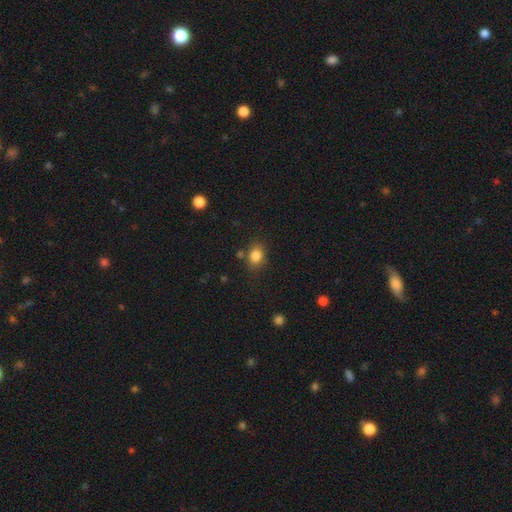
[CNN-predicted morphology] A smooth galaxy with no disk features (83%) that is in between round and cigar-shaped (58%).

Vote fractions:
- Smooth or featured? smooth: 83% / star or artifact: 11% / featured or disk: 6%
- How rounded? in between: 58% / round: 41% / cigar-shaped: 1%
- Merging? none: 75% / minor disturbance: 14% / merger: 6% / major disturbance: 4%